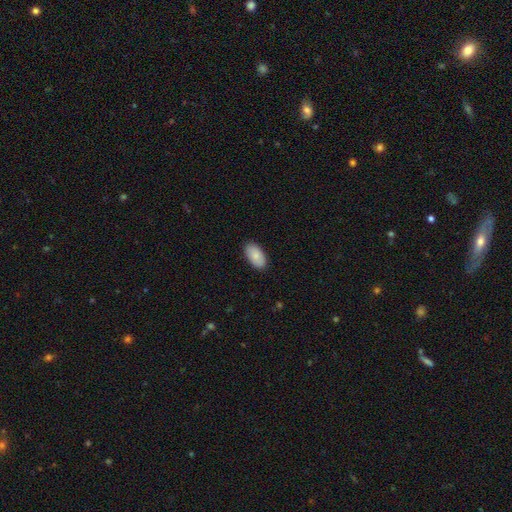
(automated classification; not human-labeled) Smooth or featured: smooth — 85% (featured or disk — 9%)
How rounded: in between — 95% (round — 3%)
Merging: none — 88% (minor disturbance — 9%)